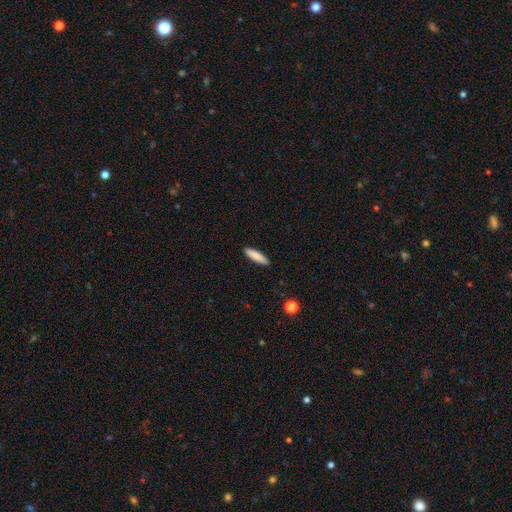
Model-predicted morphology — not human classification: A smooth galaxy with no disk features (85%) that is cigar-shaped (78%). Merging: none (90%).